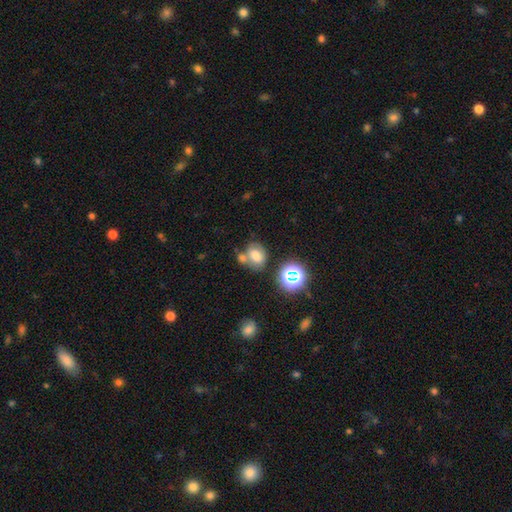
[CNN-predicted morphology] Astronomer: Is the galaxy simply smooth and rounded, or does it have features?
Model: smooth — 65%.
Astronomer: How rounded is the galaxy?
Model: in between — 52% (runner-up: round, 47%).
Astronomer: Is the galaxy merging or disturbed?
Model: none — 48% (runner-up: merger, 30%).